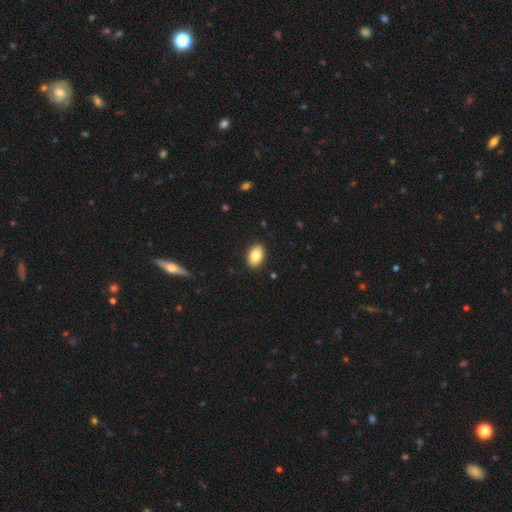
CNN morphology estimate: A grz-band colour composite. It shows a smooth galaxy with no disk features (82%) that is in between round and cigar-shaped (88%). Merging: none (90%).